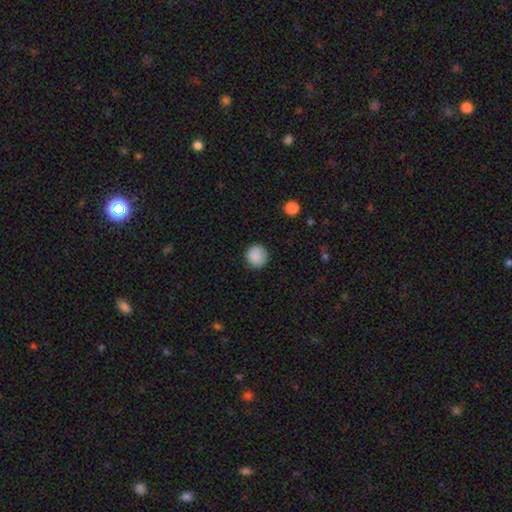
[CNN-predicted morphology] smooth 88%, star or artifact 9%, featured or disk 4%. Down the decision tree: how rounded — round (93%); merging — none (89%).